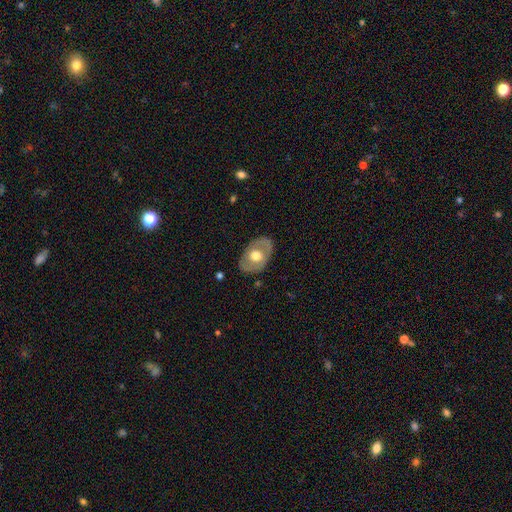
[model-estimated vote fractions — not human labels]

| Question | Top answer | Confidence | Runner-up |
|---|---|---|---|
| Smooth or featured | featured or disk | 51% | smooth (44%) |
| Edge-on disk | no | 89% | yes (11%) |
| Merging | none | 81% | minor disturbance (14%) |